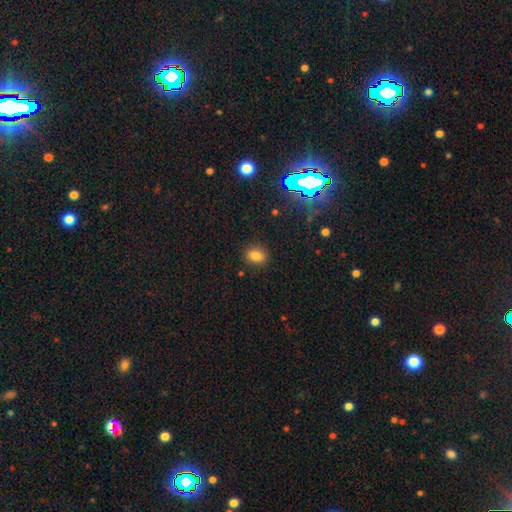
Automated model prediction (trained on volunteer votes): Q: Smooth or featured?
A: smooth (79%); runner-up: star or artifact (13%)
Q: How rounded?
A: in between (61%); runner-up: round (38%)
Q: Merging?
A: none (87%); runner-up: minor disturbance (9%)